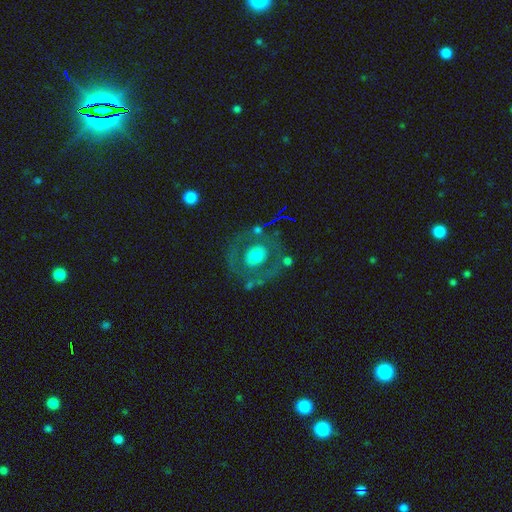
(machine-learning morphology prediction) A featured or disk galaxy (47%). Merging: none (71%).